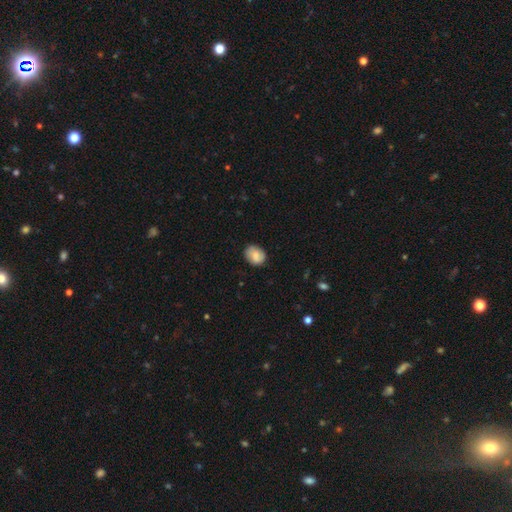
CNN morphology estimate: type=smooth (77%); roundness=round (56%); merging=none (78%).